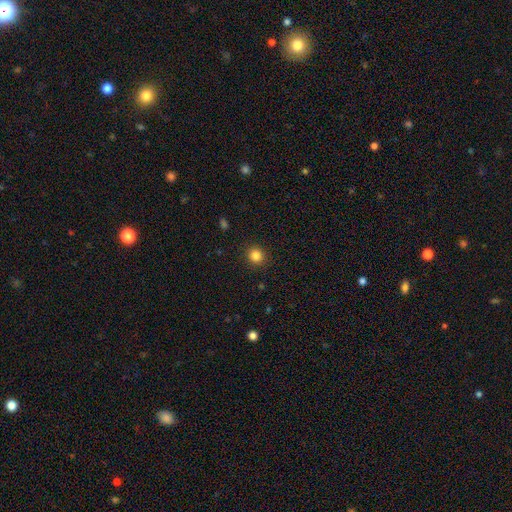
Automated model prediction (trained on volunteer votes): smooth-or-featured: smooth: 84% | star or artifact: 12% | featured or disk: 4%
  how-rounded: round: 88% | in between: 11% | cigar-shaped: 1%
  merging: none: 91% | minor disturbance: 6% | major disturbance: 2% | merger: 1%